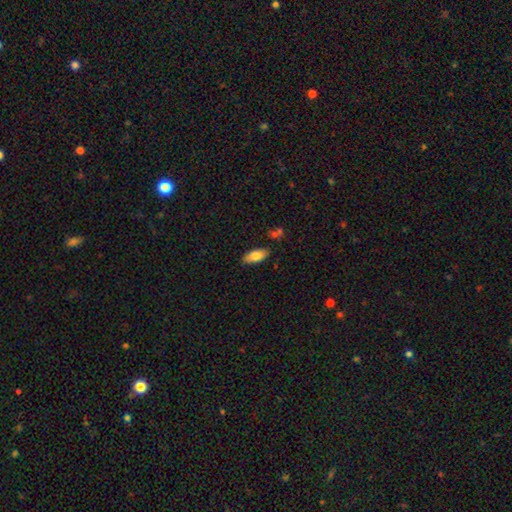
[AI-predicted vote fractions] Smooth or featured? Predicted: smooth (p=0.82). How rounded? Predicted: in between (p=0.83). Merging? Predicted: none (p=0.81).